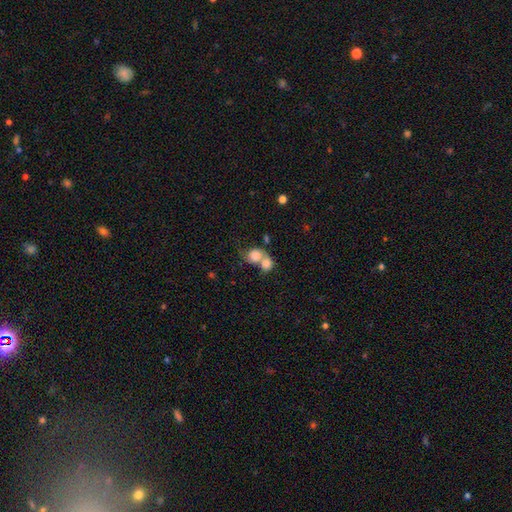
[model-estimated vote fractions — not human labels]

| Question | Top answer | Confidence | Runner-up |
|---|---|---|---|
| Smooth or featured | smooth | 78% | featured or disk (14%) |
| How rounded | round | 69% | in between (30%) |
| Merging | merger | 69% | none (19%) |